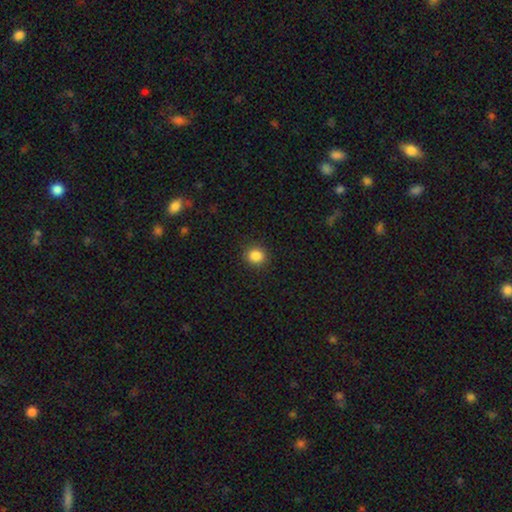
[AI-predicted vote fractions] This appears to be a smooth galaxy with no disk features (86%) that is round (86%). Merging: none (90%).